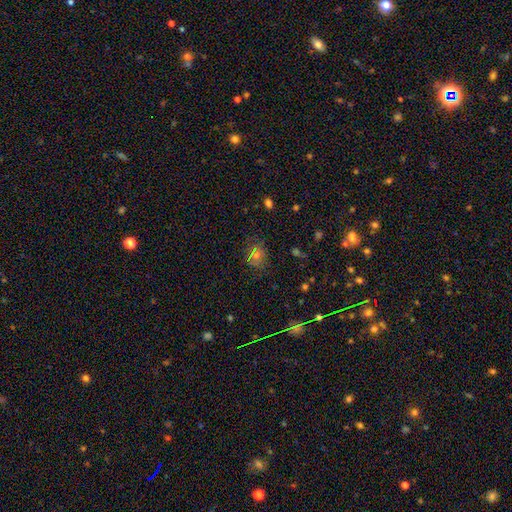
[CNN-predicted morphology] This is possibly a smooth galaxy (47%). Merging: likely none (73%).